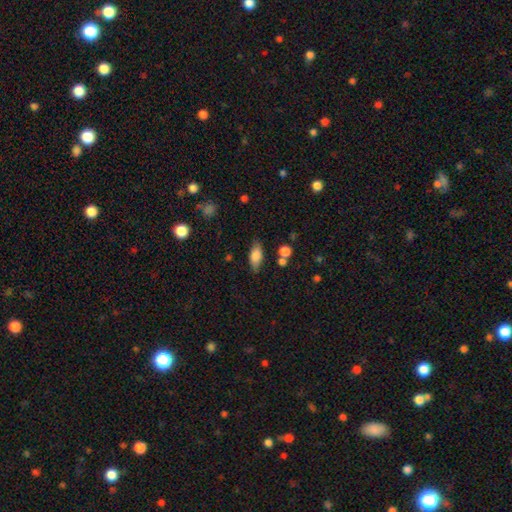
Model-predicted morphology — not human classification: smooth_or_featured: smooth (p=0.78) [alt: featured or disk p=0.15]
how_rounded: in between (p=0.81) [alt: cigar-shaped p=0.15]
merging: none (p=0.76) [alt: minor disturbance p=0.15]